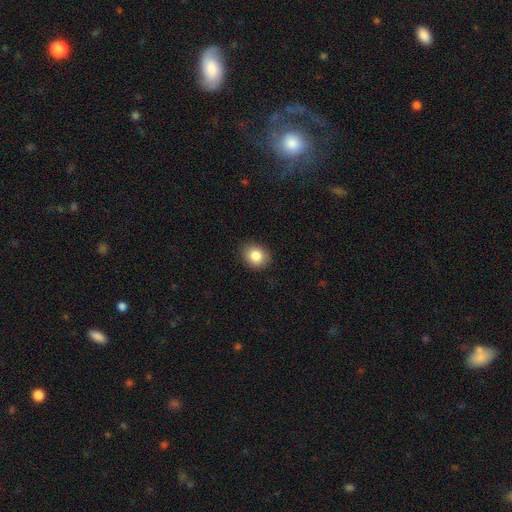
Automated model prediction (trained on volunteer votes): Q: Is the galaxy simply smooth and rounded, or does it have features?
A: smooth — 85%.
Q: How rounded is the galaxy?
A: round — 62%.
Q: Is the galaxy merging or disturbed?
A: none — 89%.